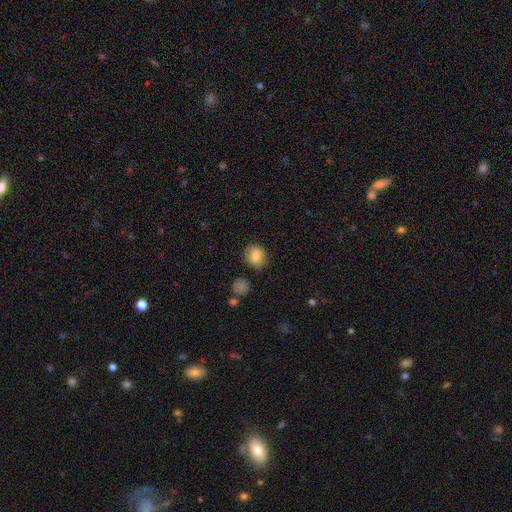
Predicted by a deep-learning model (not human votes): Smooth or featured?
  - smooth: 83% *
  - star or artifact: 9%
  - featured or disk: 8%
How rounded?
  - round: 80% *
  - in between: 19%
  - cigar-shaped: 1%
Merging?
  - none: 84% *
  - minor disturbance: 11%
  - major disturbance: 3%
  - merger: 2%